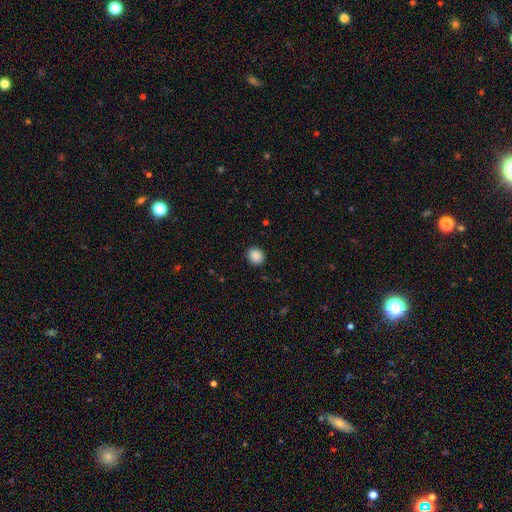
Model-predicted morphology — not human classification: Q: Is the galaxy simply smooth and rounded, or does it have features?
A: smooth — 88%.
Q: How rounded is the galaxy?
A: round — 78%.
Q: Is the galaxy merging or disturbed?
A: none — 90%.